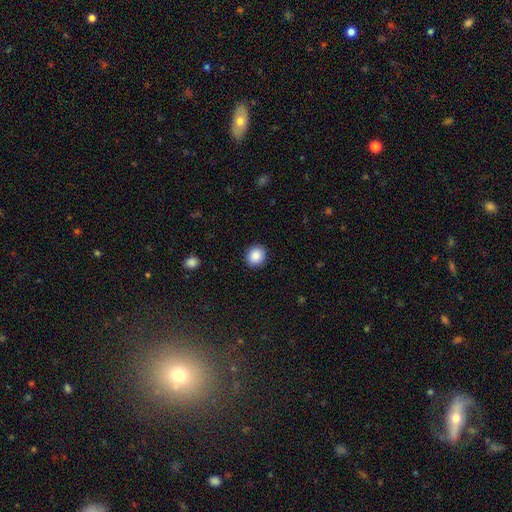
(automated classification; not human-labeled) Morphology: type=smooth (87%); roundness=round (82%); merging=none (91%).